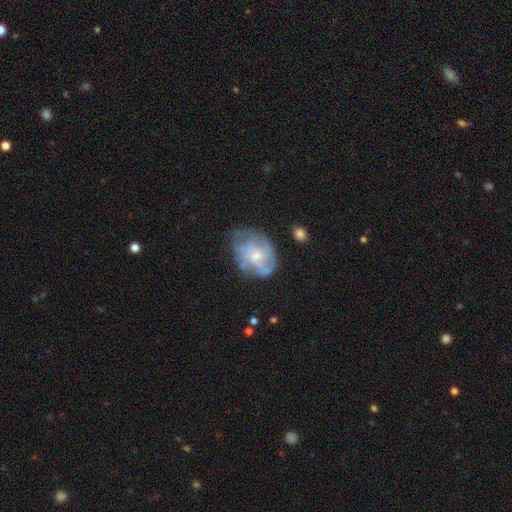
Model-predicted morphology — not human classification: A featured or disk galaxy (59%) with no bar (77%), no spiral arms (53%) and a small central bulge (55%). Merging: none (49%).